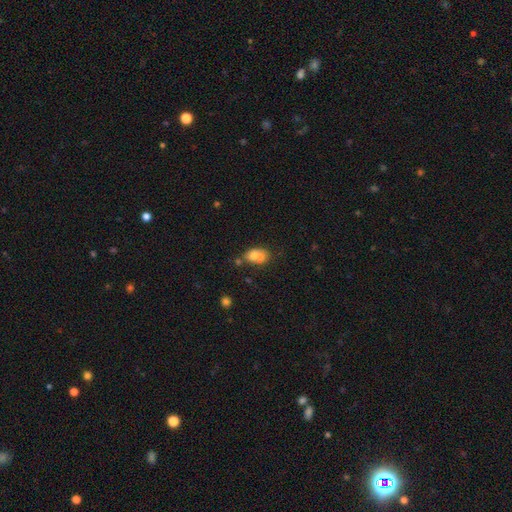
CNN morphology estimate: smooth-or-featured: smooth: 70% | featured or disk: 19% | star or artifact: 10%
  how-rounded: in between: 75% | round: 23% | cigar-shaped: 2%
  merging: merger: 40% | none: 33% | minor disturbance: 18% | major disturbance: 8%